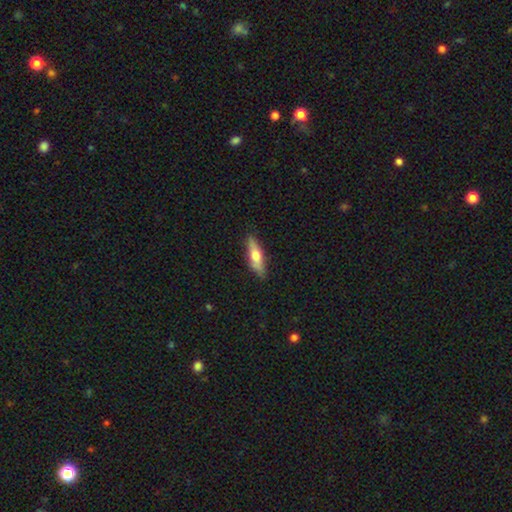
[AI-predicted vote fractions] A smooth galaxy with no disk features (48%).

Vote fractions:
- Smooth or featured? smooth: 48% / featured or disk: 46% / star or artifact: 6%
- Merging? none: 85% / minor disturbance: 12% / major disturbance: 2% / merger: 1%